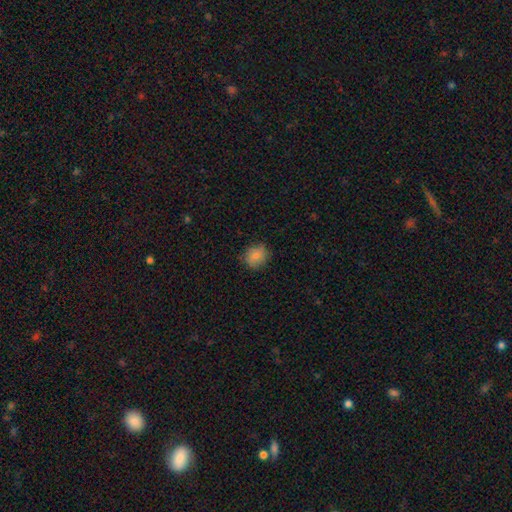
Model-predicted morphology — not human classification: Smooth or featured? smooth (82%)
How rounded? round (75%)
Merging? none (76%)